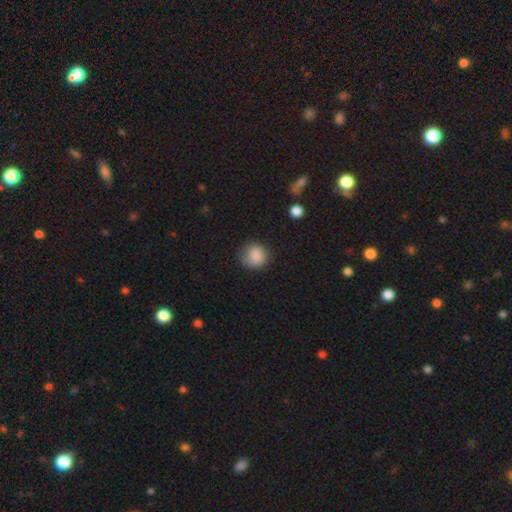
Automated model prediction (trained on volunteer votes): Q: Smooth or featured?
A: smooth (87%); runner-up: star or artifact (9%)
Q: How rounded?
A: round (86%); runner-up: in between (13%)
Q: Merging?
A: none (77%); runner-up: minor disturbance (17%)